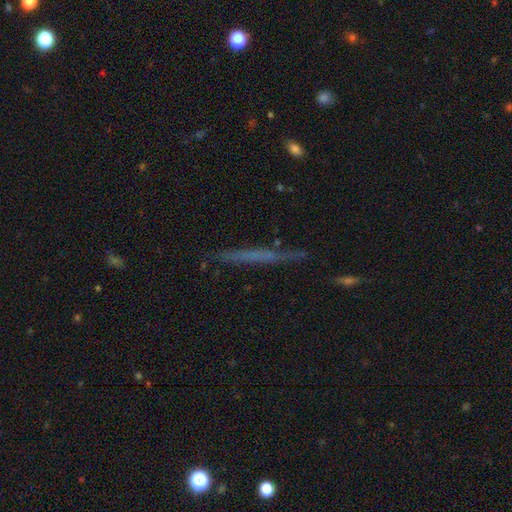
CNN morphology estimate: Smooth or featured? featured or disk (49%)
Merging? none (81%)